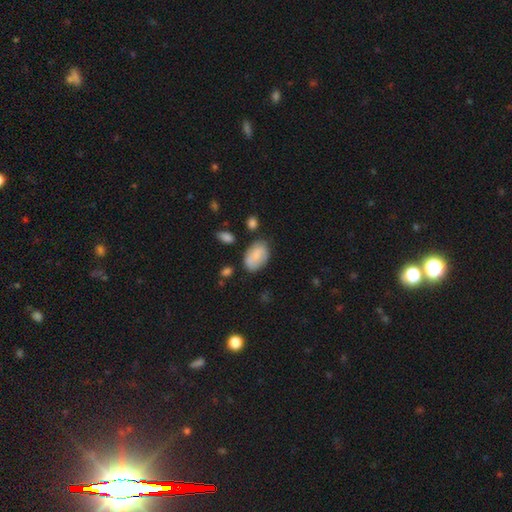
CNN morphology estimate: Smooth or featured: smooth — 79% (featured or disk — 15%)
How rounded: in between — 92% (round — 7%)
Merging: none — 70% (minor disturbance — 20%)